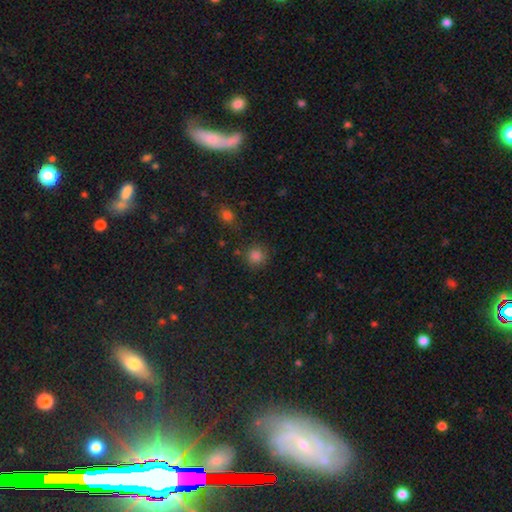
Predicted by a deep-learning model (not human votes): This appears to be a smooth galaxy with no disk features (81%) that is round (92%). Merging: none (82%).